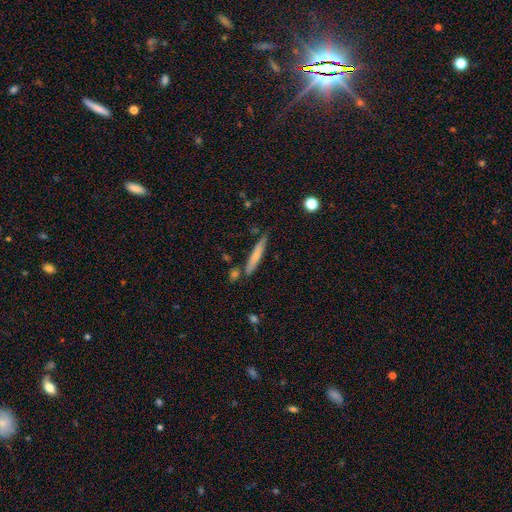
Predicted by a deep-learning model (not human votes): smooth_or_featured: smooth (p=0.60) [alt: featured or disk p=0.33]
how_rounded: cigar-shaped (p=0.93) [alt: in between p=0.06]
merging: none (p=0.77) [alt: minor disturbance p=0.14]